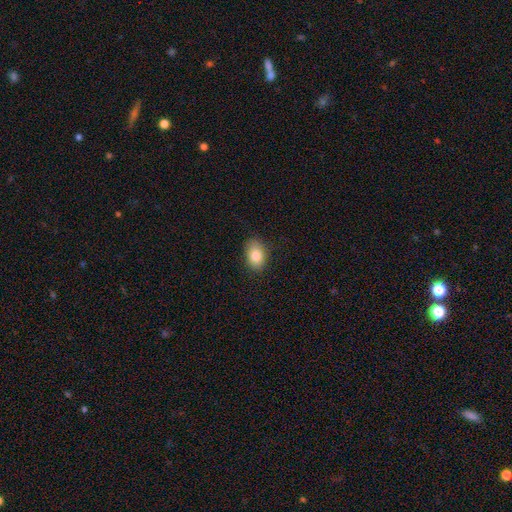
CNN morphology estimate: The model was most divided on "how rounded": in between: 84%, round: 15%, cigar-shaped: 1%. More confident: merging — none (85%); smooth or featured — smooth (85%).